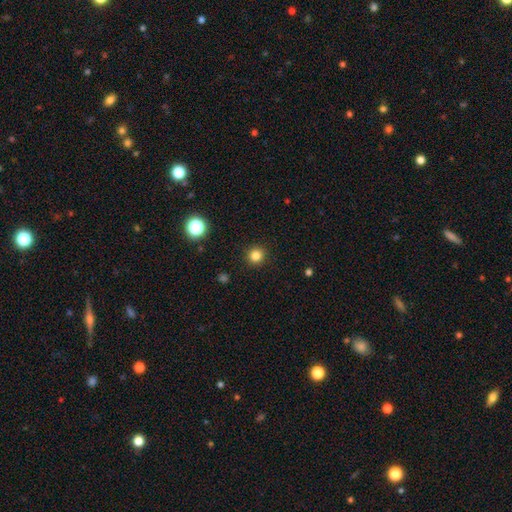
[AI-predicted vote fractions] This is clearly a smooth galaxy (82%). How rounded: clearly round (94%). Merging: clearly none (92%).